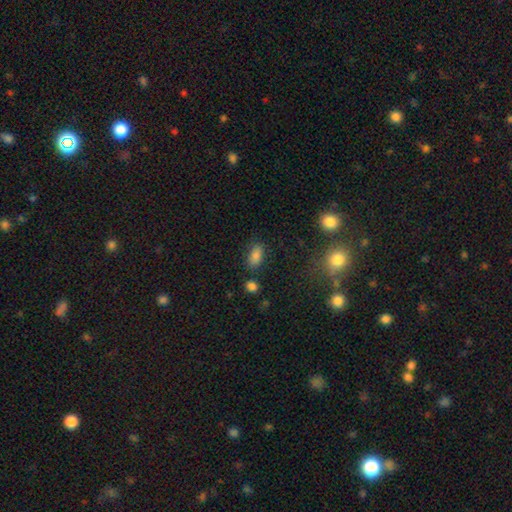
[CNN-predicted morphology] This is clearly a smooth galaxy (82%). How rounded: clearly in between (91%). Merging: likely none (77%).